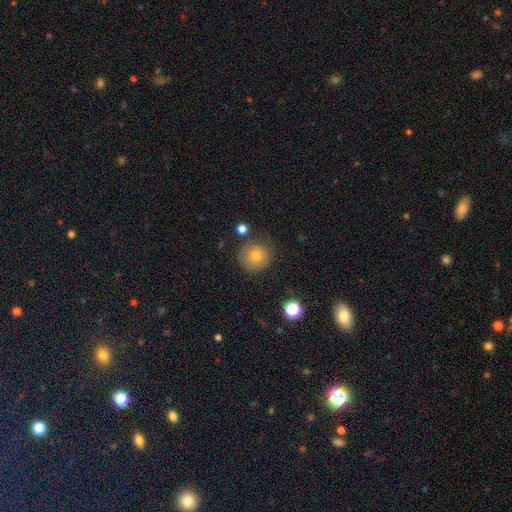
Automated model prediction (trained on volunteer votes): Smooth or featured: smooth — 72% (featured or disk — 16%)
How rounded: round — 93% (in between — 6%)
Merging: none — 79% (minor disturbance — 14%)